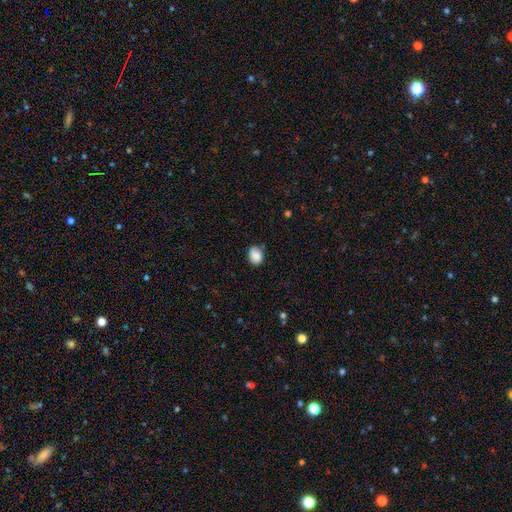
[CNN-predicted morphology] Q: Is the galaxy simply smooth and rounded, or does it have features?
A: smooth — 84%.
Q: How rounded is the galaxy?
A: in between — 53%.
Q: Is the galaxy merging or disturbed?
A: none — 64%.